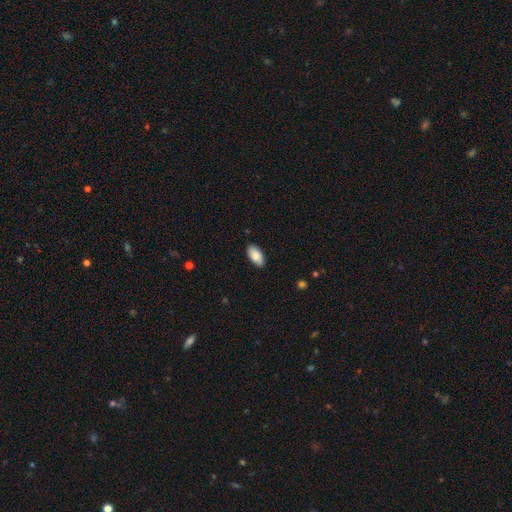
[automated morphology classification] A smooth galaxy with no disk features (85%) that is in between round and cigar-shaped (94%).

Vote fractions:
- Smooth or featured? smooth: 85% / featured or disk: 8% / star or artifact: 6%
- How rounded? in between: 94% / cigar-shaped: 4% / round: 2%
- Merging? none: 86% / minor disturbance: 11% / major disturbance: 2% / merger: 1%